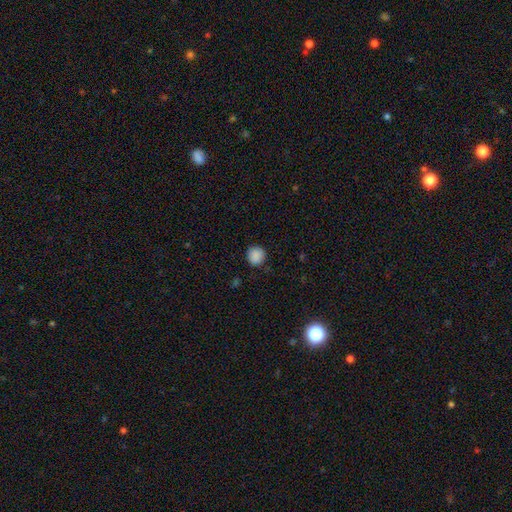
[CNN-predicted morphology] Smooth or featured? Predicted: smooth (p=0.88). How rounded? Predicted: round (p=0.89). Merging? Predicted: none (p=0.85).